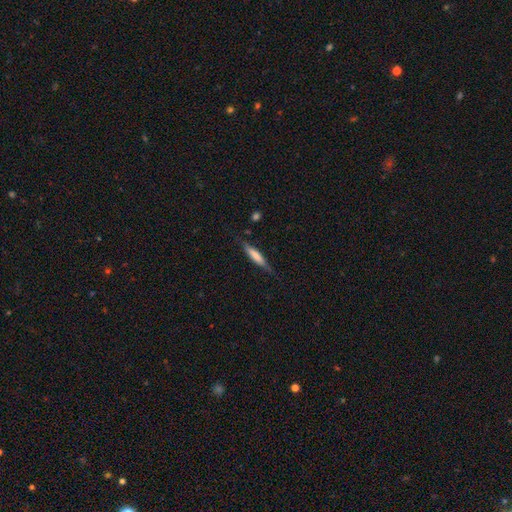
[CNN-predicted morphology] Smooth or featured?
  - smooth: 65% *
  - featured or disk: 29%
  - star or artifact: 6%
How rounded?
  - cigar-shaped: 85% *
  - in between: 14%
  - round: 1%
Merging?
  - none: 76% *
  - minor disturbance: 18%
  - major disturbance: 4%
  - merger: 2%